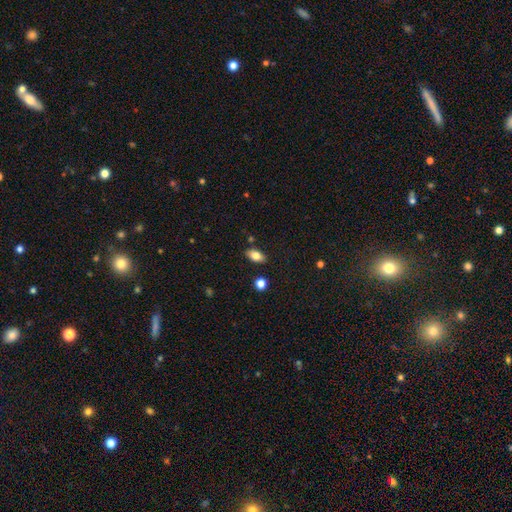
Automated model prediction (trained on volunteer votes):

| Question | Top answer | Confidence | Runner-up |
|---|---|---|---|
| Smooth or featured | smooth | 79% | featured or disk (13%) |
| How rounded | in between | 89% | round (6%) |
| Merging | none | 84% | minor disturbance (10%) |